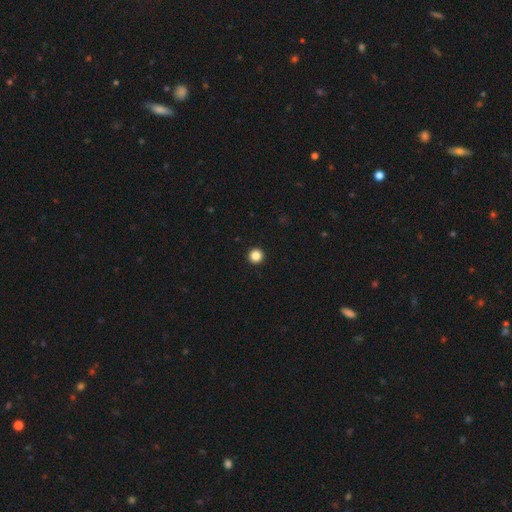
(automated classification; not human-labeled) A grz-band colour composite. It shows a smooth galaxy with no disk features (85%) that is round (97%). Merging: none (95%).